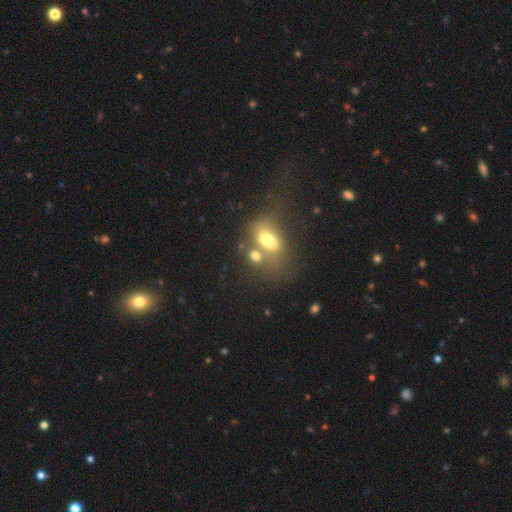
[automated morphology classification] Overall: smooth (66%). How rounded: in between (71%). Merging: merger (45%; none 31%).